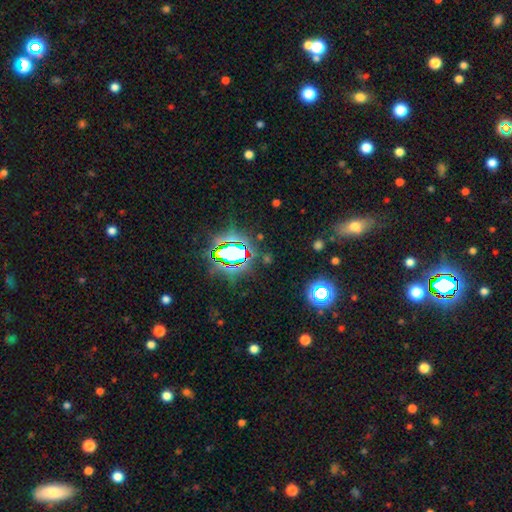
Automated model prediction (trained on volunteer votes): Smooth or featured? star or artifact (76%)